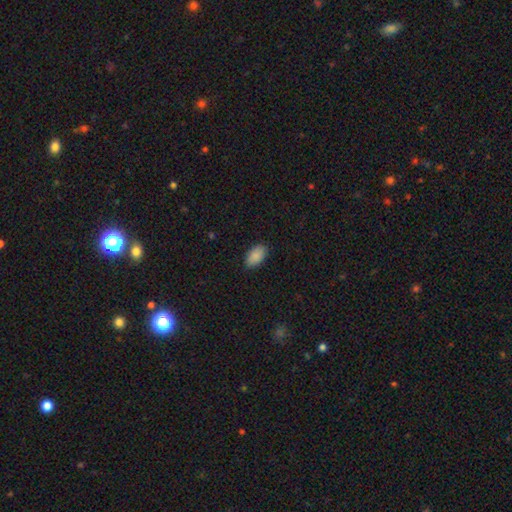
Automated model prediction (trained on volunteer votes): A smooth galaxy with no disk features (89%) that is in between round and cigar-shaped (94%). Merging: none (85%).